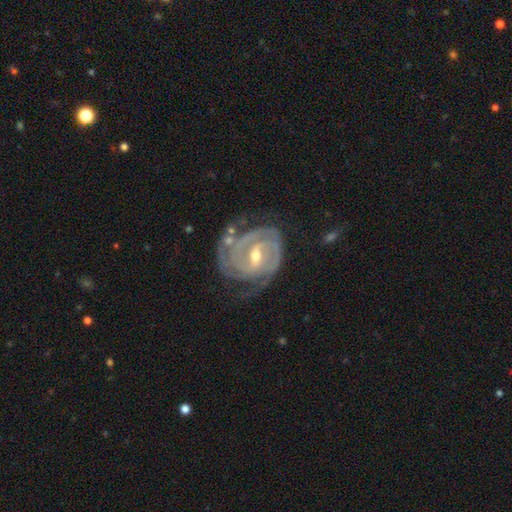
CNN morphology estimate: featured or disk 91%, smooth 5%, star or artifact 4%. Down the decision tree: edge-on disk — no (97%); bar — weak (54%); spiral arms — yes (97%); spiral arm count — 2 (50%); spiral winding — tight (71%); bulge size — moderate (60%); merging — none (62%).